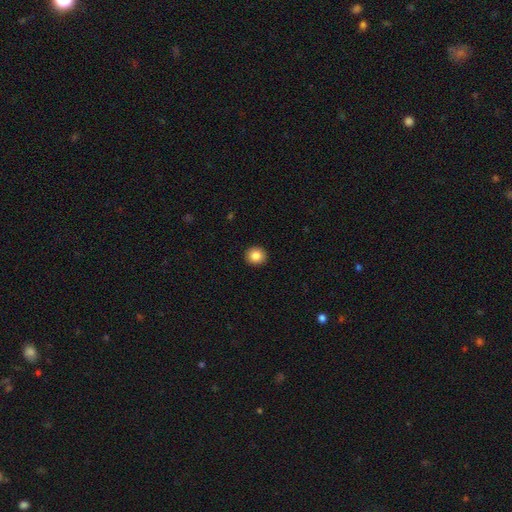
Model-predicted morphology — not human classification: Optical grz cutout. It shows a smooth galaxy with no disk features (86%) that is round (89%). Merging: none (93%).